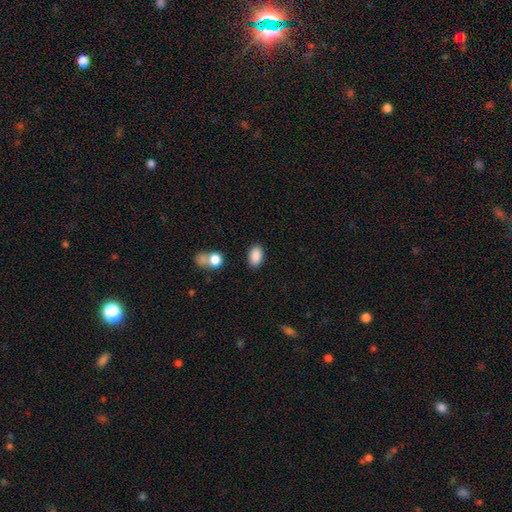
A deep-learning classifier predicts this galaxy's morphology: type=smooth (88%); roundness=in between (88%); merging=none (83%).